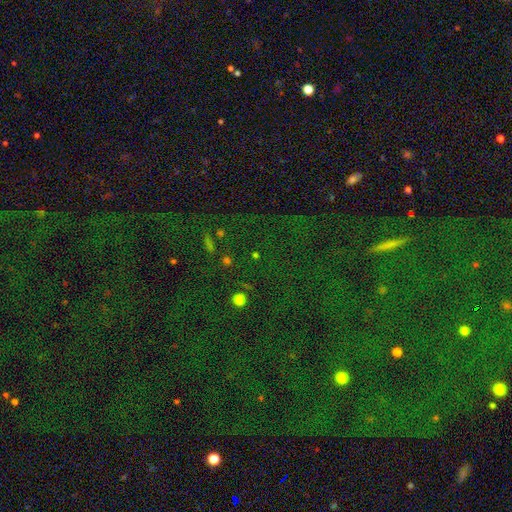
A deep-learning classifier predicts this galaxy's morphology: Smooth or featured? star or artifact (69%)